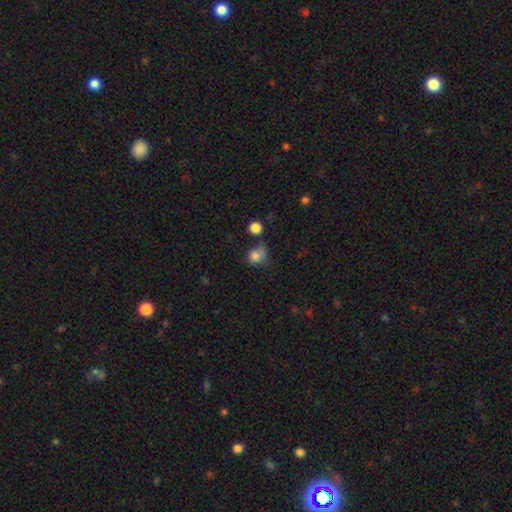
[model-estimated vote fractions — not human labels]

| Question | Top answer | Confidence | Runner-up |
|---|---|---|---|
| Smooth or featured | smooth | 81% | star or artifact (12%) |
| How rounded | round | 65% | in between (33%) |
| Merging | none | 44% | minor disturbance (29%) |